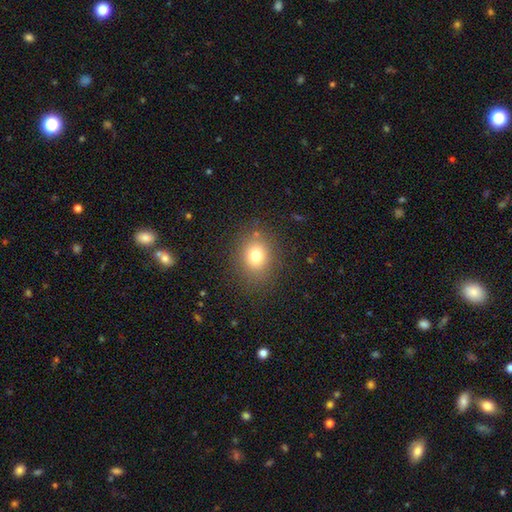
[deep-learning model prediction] Q: Smooth or featured?
A: smooth (76%); runner-up: star or artifact (14%)
Q: How rounded?
A: round (60%); runner-up: in between (39%)
Q: Merging?
A: none (84%); runner-up: minor disturbance (10%)